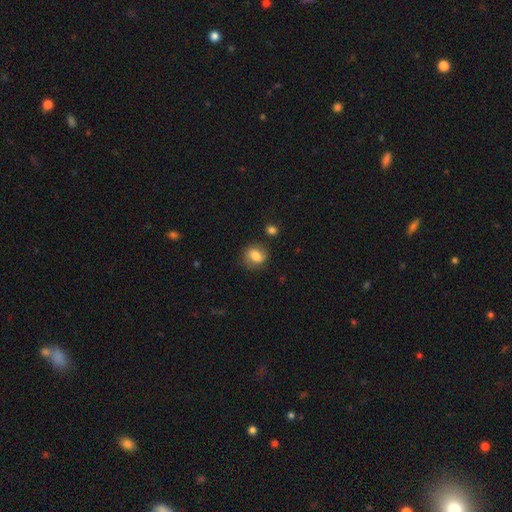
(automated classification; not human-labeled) smooth 66%, featured or disk 25%, star or artifact 9%. Down the decision tree: how rounded — round (59%); merging — none (70%).